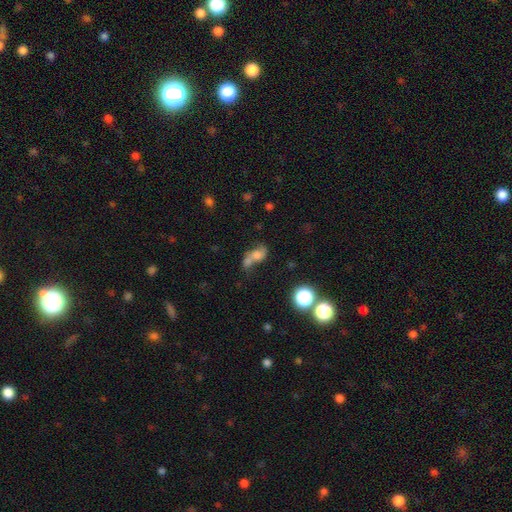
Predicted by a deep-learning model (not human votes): A smooth galaxy with no disk features (59%) that is in between round and cigar-shaped (68%).

Vote fractions:
- Smooth or featured? smooth: 59% / featured or disk: 25% / star or artifact: 16%
- How rounded? in between: 68% / round: 28% / cigar-shaped: 5%
- Merging? merger: 57% / none: 22% / minor disturbance: 11% / major disturbance: 10%